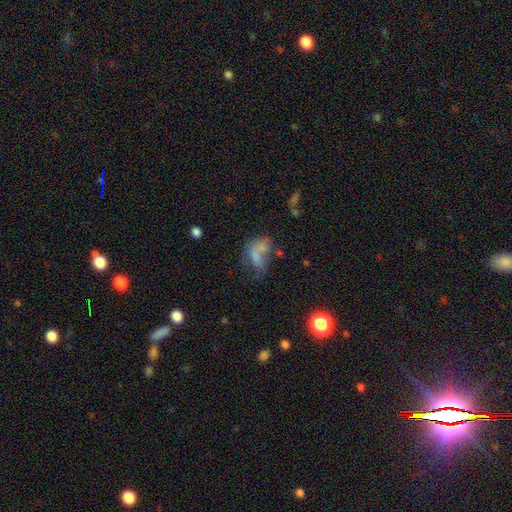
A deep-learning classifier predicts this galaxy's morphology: This is possibly a smooth galaxy (52%). How rounded: likely in between (77%). Merging: marginally merger (29%, tied with none).